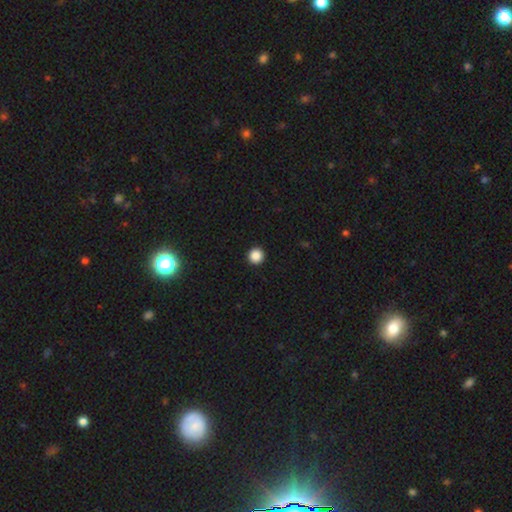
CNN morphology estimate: A smooth galaxy with no disk features (87%) that is round (96%). Merging: none (94%).